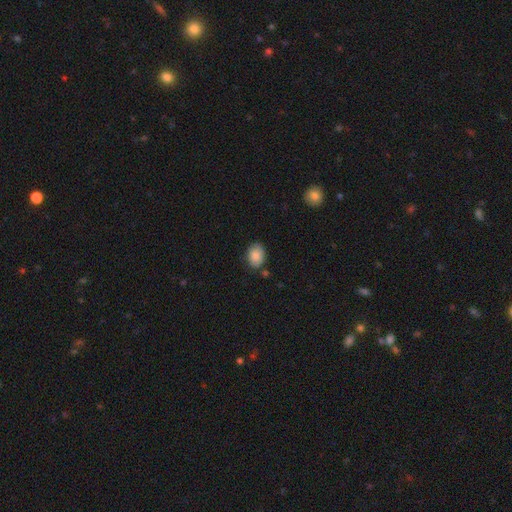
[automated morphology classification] A smooth galaxy with no disk features (85%) that is in between round and cigar-shaped (75%).

Vote fractions:
- Smooth or featured? smooth: 85% / featured or disk: 8% / star or artifact: 7%
- How rounded? in between: 75% / round: 24% / cigar-shaped: 1%
- Merging? none: 76% / minor disturbance: 17% / merger: 4% / major disturbance: 3%